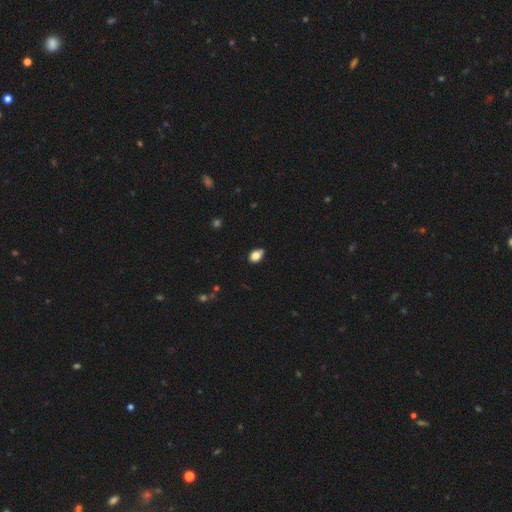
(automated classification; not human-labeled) A smooth galaxy with no disk features (82%) that is in between round and cigar-shaped (74%). Merging: none (63%).